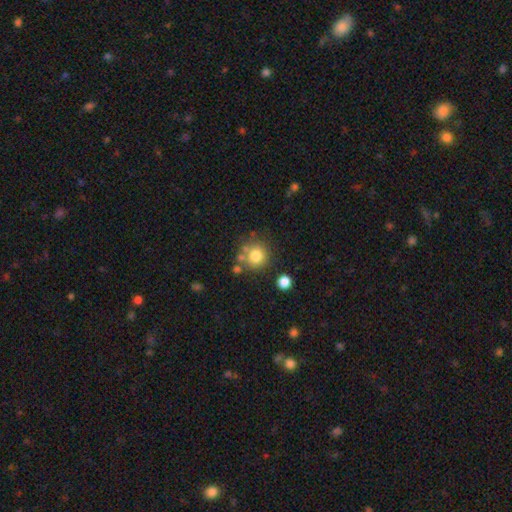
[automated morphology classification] smooth_or_featured: smooth (p=0.77) [alt: star or artifact p=0.12]
how_rounded: round (p=0.91) [alt: in between p=0.09]
merging: none (p=0.69) [alt: merger p=0.14]